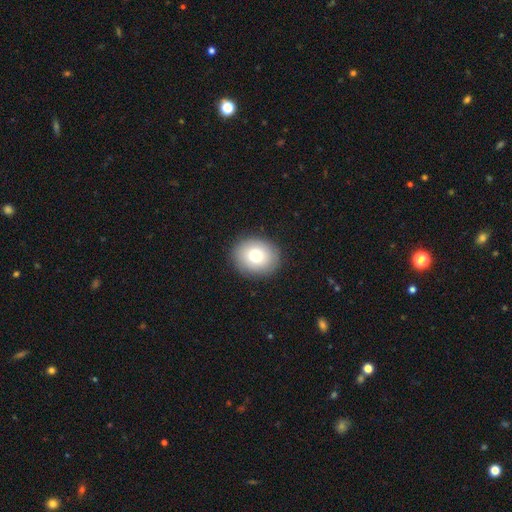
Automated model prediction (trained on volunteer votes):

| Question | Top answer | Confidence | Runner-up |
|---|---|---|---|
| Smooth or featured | smooth | 79% | featured or disk (13%) |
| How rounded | round | 56% | in between (43%) |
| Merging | none | 89% | minor disturbance (8%) |